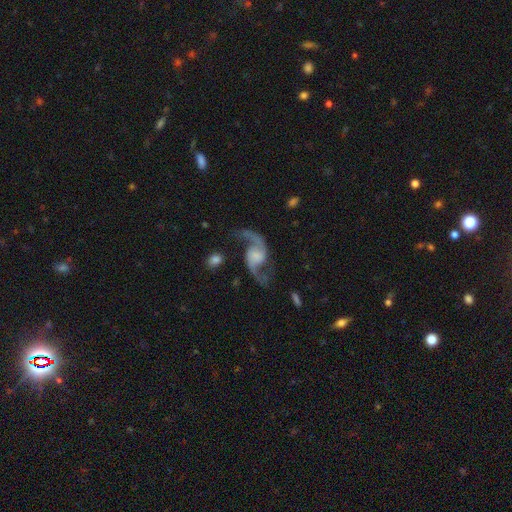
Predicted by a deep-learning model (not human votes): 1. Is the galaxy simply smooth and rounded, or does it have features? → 92% featured or disk, 5% star or artifact, 4% smooth.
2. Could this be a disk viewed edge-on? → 97% no, 3% yes.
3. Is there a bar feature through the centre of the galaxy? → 49% no, 39% weak, 12% strong.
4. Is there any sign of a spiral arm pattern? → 98% yes, 2% no.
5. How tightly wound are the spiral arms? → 79% loose, 17% medium, 3% tight.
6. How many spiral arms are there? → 94% 2, 2% 1, 1% can't tell, 1% 3, 1% 4, 1% more than 4.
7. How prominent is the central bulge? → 29% none, 28% small, 24% moderate, 16% large, 4% dominant.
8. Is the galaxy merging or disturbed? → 75% none, 13% minor disturbance, 9% major disturbance, 3% merger.